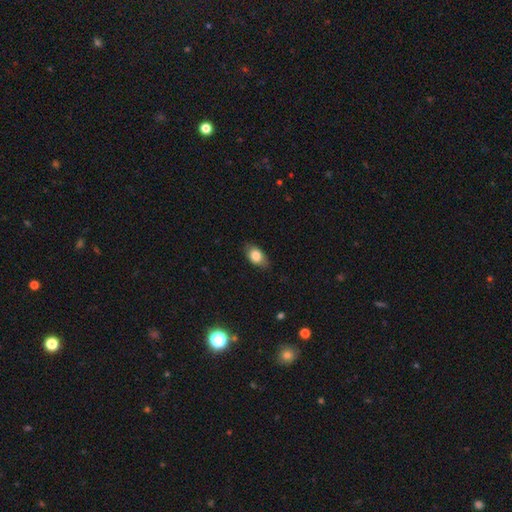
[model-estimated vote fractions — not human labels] Morphology: type=smooth (81%); roundness=in between (86%); merging=none (79%).